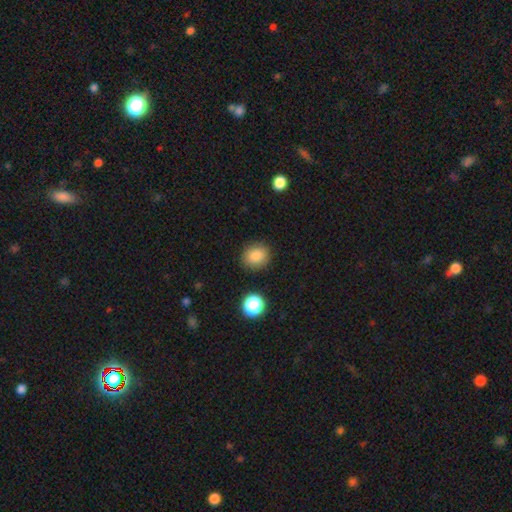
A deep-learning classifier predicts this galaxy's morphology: The model was most divided on "how rounded": round: 71%, in between: 28%, cigar-shaped: 1%. More confident: merging — none (87%); smooth or featured — smooth (85%).